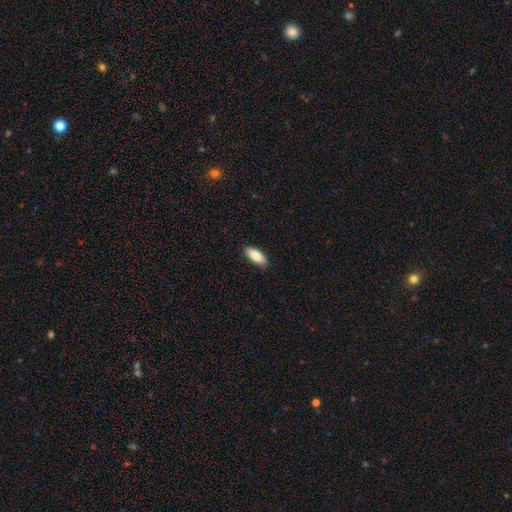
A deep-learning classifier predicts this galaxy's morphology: smooth_or_featured: smooth (p=0.82) [alt: featured or disk p=0.12]
how_rounded: in between (p=0.79) [alt: cigar-shaped p=0.19]
merging: none (p=0.89) [alt: minor disturbance p=0.09]